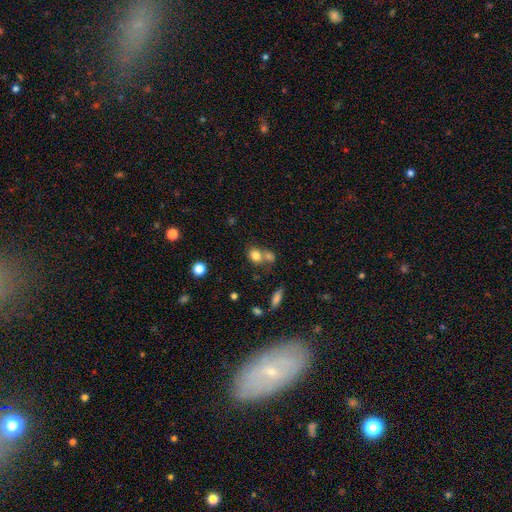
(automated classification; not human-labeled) Morphology: type=smooth (79%); roundness=round (54%); merging=none (44%).